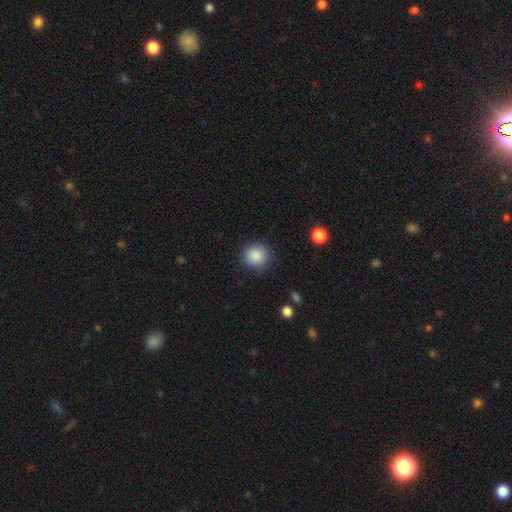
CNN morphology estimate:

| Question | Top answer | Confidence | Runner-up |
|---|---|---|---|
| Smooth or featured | smooth | 88% | star or artifact (8%) |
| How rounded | round | 91% | in between (8%) |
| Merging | none | 88% | minor disturbance (8%) |